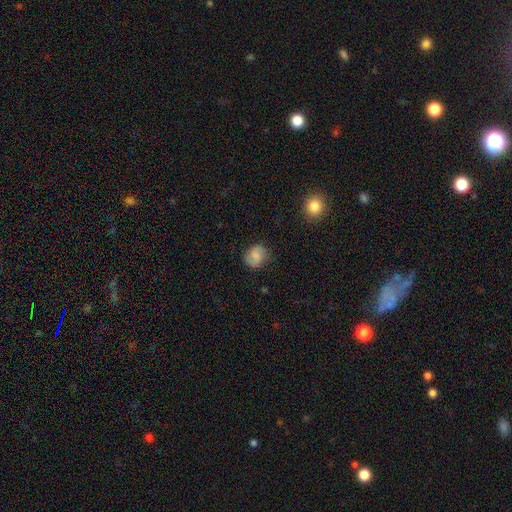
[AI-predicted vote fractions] Smooth or featured? Predicted: smooth (p=0.64). How rounded? Predicted: round (p=0.66). Merging? Predicted: none (p=0.75).